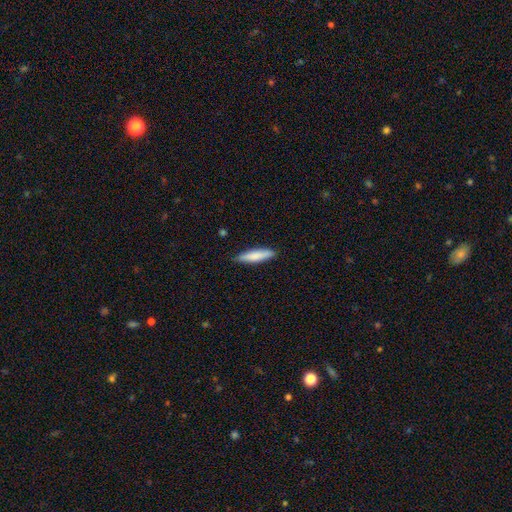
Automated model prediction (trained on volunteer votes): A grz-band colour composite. It shows a smooth galaxy with no disk features (81%) that is cigar-shaped (78%). Merging: none (86%).